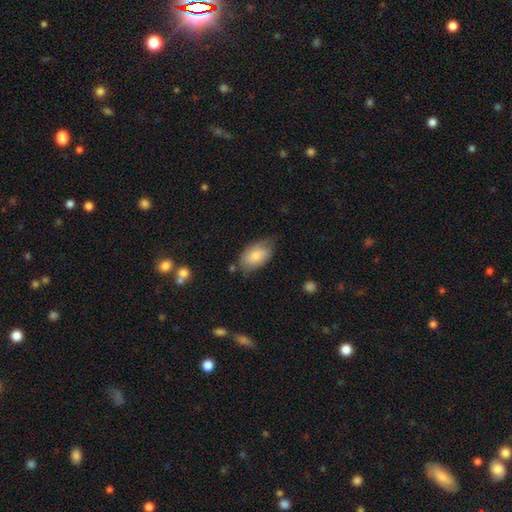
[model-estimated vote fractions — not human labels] The model was most divided on "merging": none: 59%, minor disturbance: 31%, major disturbance: 7%, merger: 3%. More confident: how rounded — in between (92%); smooth or featured — smooth (78%).